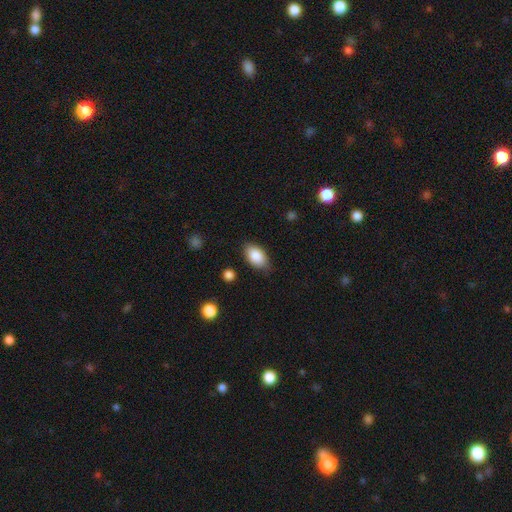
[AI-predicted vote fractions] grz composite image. It shows a smooth galaxy with no disk features (87%) that is in between round and cigar-shaped (92%). Merging: none (81%).